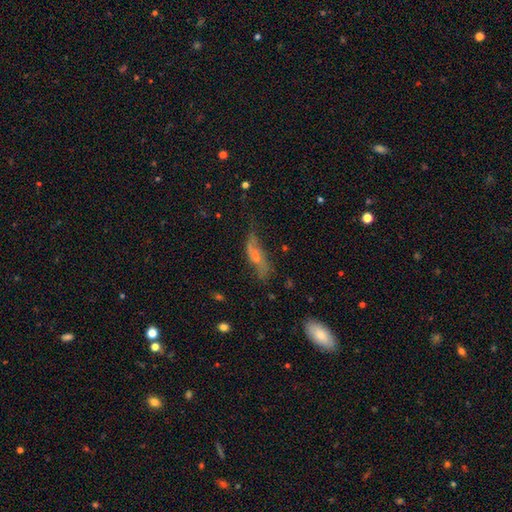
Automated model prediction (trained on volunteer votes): This is possibly a featured or disk galaxy (52%). It is likely not viewed edge-on (74%). Merging: possibly none (48%).